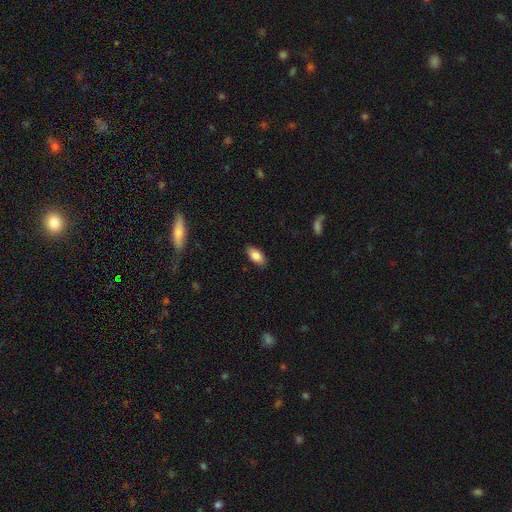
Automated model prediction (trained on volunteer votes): The model was most divided on "merging": none: 85%, minor disturbance: 12%, major disturbance: 2%, merger: 1%. More confident: how rounded — in between (92%); smooth or featured — smooth (84%).